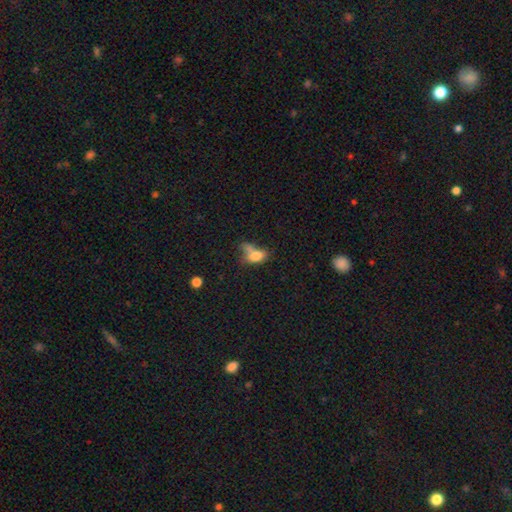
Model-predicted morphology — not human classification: The model was most divided on "merging": merger: 37%, none: 28%, minor disturbance: 19%, major disturbance: 16%. More confident: how rounded — in between (82%); smooth or featured — smooth (74%).